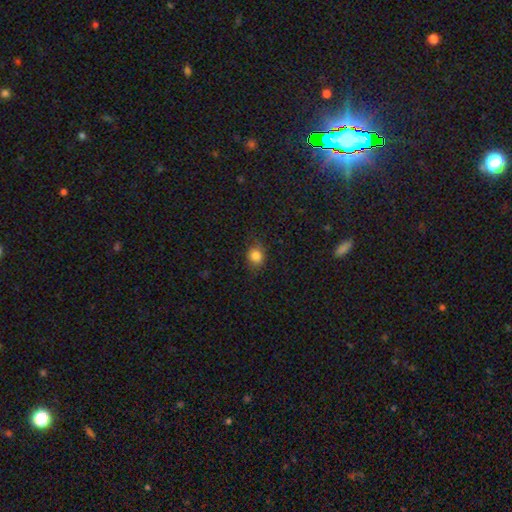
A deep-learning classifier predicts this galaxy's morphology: This appears to be a smooth galaxy with no disk features (83%) that is round (66%). Merging: none (80%).